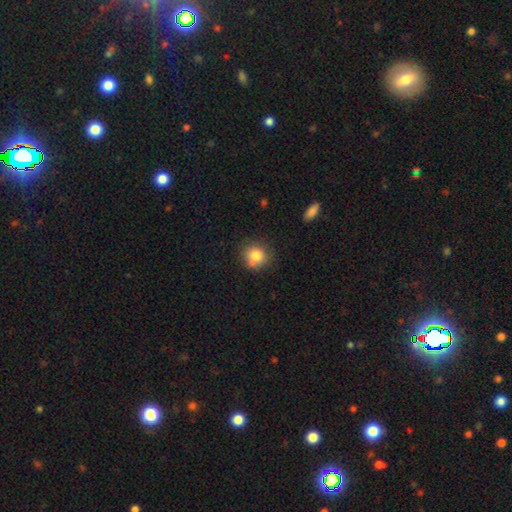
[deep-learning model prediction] smooth 81%, star or artifact 10%, featured or disk 9%. Down the decision tree: how rounded — round (85%); merging — none (67%).